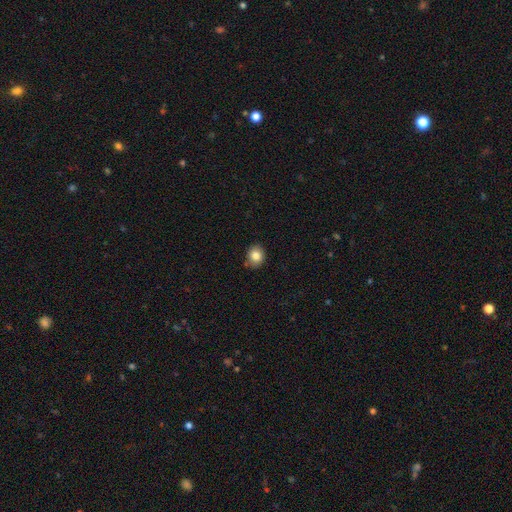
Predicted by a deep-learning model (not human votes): This appears to be a smooth galaxy with no disk features (82%) that is round (63%). Merging: none (84%).